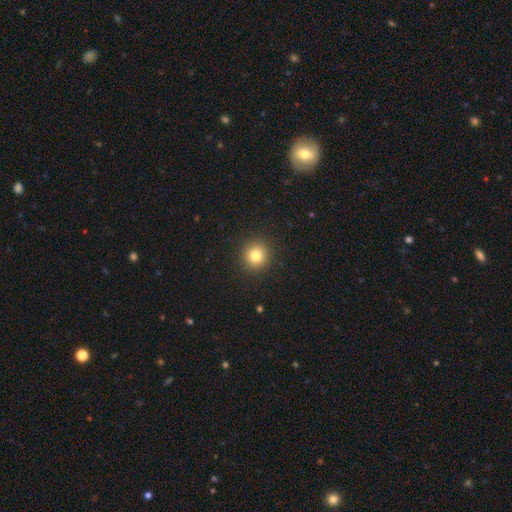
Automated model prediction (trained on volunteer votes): This is clearly a smooth galaxy (80%). How rounded: clearly round (92%). Merging: clearly none (92%).